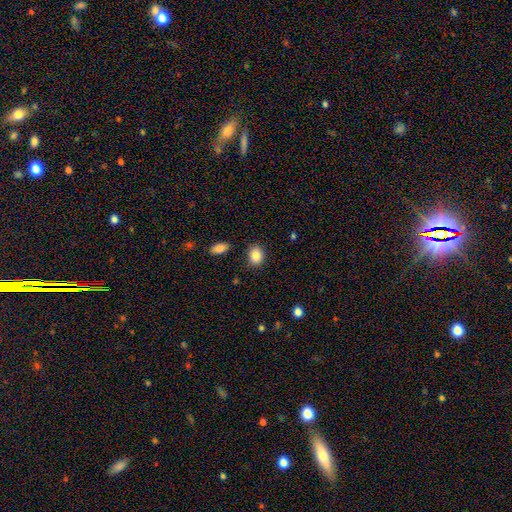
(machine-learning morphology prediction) Q: Smooth or featured?
A: smooth (86%); runner-up: star or artifact (9%)
Q: How rounded?
A: in between (56%); runner-up: round (43%)
Q: Merging?
A: none (84%); runner-up: minor disturbance (11%)